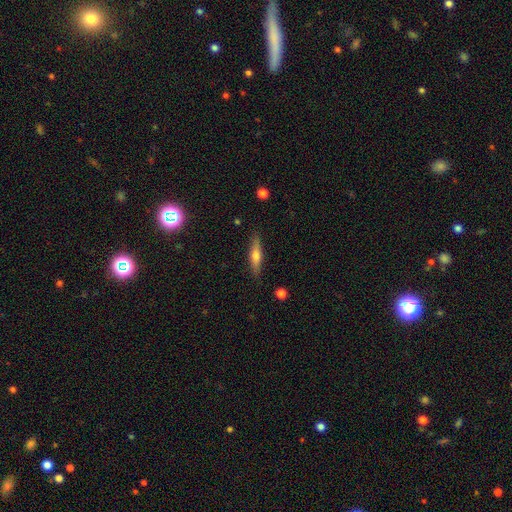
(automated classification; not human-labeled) smooth-or-featured: smooth: 52% | featured or disk: 41% | star or artifact: 7%
  how-rounded: cigar-shaped: 76% | in between: 21% | round: 2%
  merging: none: 87% | minor disturbance: 9% | major disturbance: 2% | merger: 1%